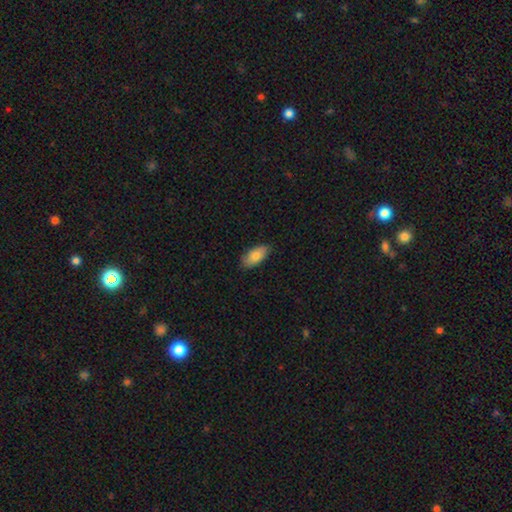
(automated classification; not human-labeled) smooth-or-featured: smooth: 80% | featured or disk: 14% | star or artifact: 6%
  how-rounded: in between: 92% | cigar-shaped: 5% | round: 3%
  merging: none: 83% | minor disturbance: 14% | major disturbance: 2% | merger: 1%